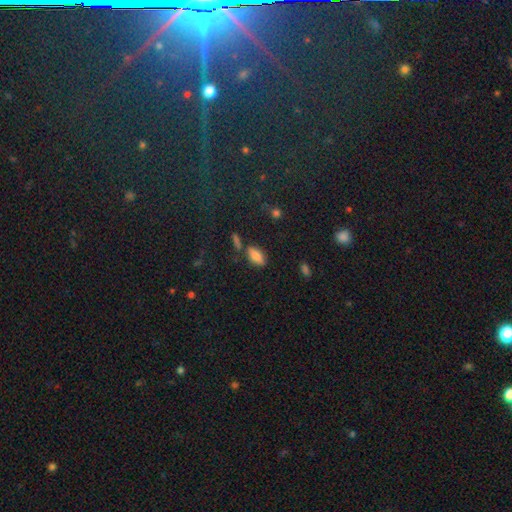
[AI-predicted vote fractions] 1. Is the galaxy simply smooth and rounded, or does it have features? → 78% smooth, 11% featured or disk, 11% star or artifact.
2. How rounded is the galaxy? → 86% in between, 10% cigar-shaped, 4% round.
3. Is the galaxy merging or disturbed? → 71% none, 15% minor disturbance, 9% merger, 4% major disturbance.